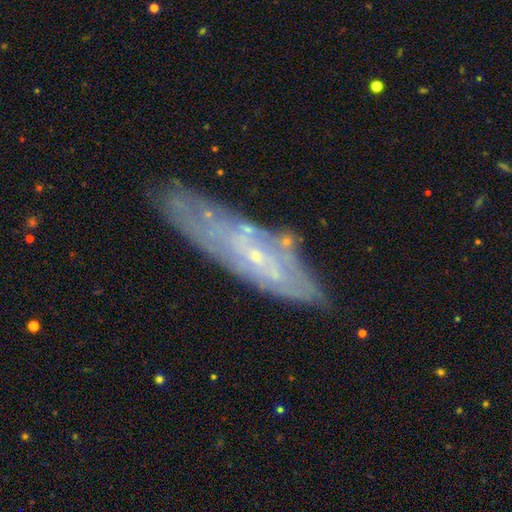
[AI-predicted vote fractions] Smooth or featured?
  - featured or disk: 70% *
  - smooth: 21%
  - star or artifact: 9%
Edge-on disk?
  - no: 65% *
  - yes: 35%
Merging?
  - none: 74% *
  - minor disturbance: 17%
  - major disturbance: 5%
  - merger: 4%